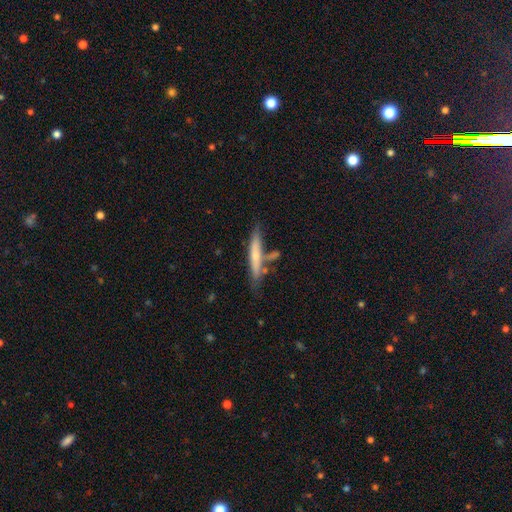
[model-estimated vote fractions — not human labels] Smooth or featured?
  - smooth: 52% *
  - featured or disk: 41%
  - star or artifact: 6%
How rounded?
  - cigar-shaped: 92% *
  - in between: 6%
  - round: 2%
Merging?
  - none: 65% *
  - minor disturbance: 17%
  - merger: 14%
  - major disturbance: 4%